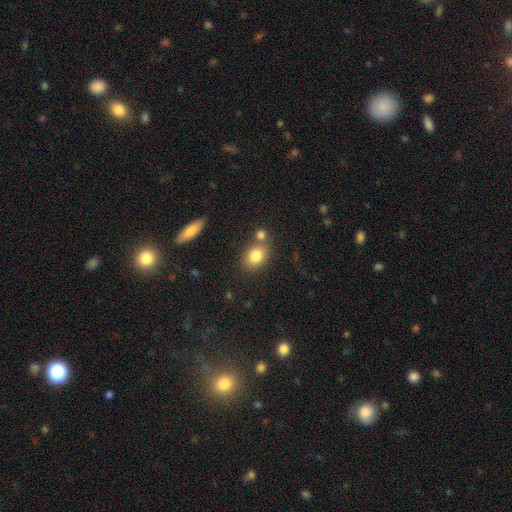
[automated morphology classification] smooth-or-featured: smooth: 82% | star or artifact: 9% | featured or disk: 9%
  how-rounded: in between: 62% | round: 37% | cigar-shaped: 2%
  merging: none: 61% | merger: 22% | minor disturbance: 13% | major disturbance: 4%